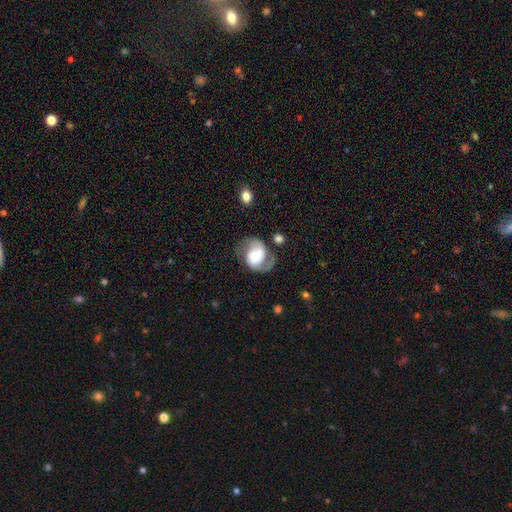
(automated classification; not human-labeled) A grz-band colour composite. It shows a featured or disk galaxy (69%) with no bar (54%), 2 (81%) medium (47%) spiral arms (87%) and a moderate central bulge (35%). Merging: none (50%).